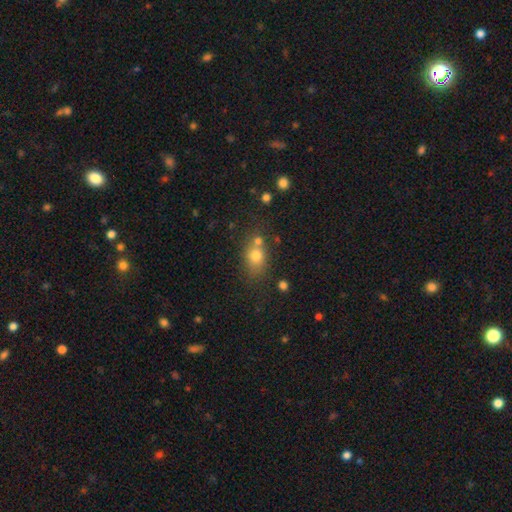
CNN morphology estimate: The model was most divided on "how rounded": in between: 53%, round: 45%, cigar-shaped: 2%. More confident: smooth or featured — smooth (76%); merging — none (54%).